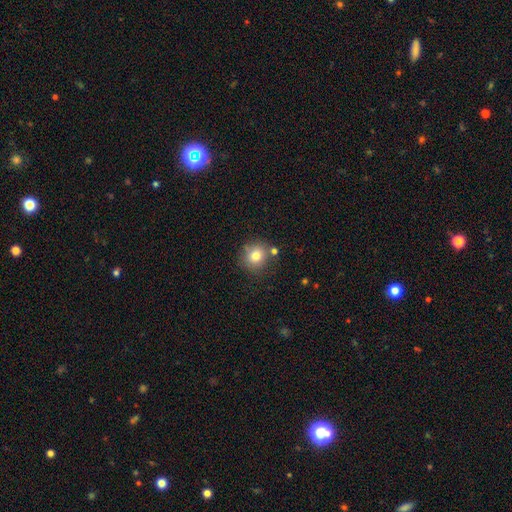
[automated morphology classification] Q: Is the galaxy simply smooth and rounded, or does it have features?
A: smooth — 79%.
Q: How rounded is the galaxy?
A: round — 87%.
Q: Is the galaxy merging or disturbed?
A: none — 76%.